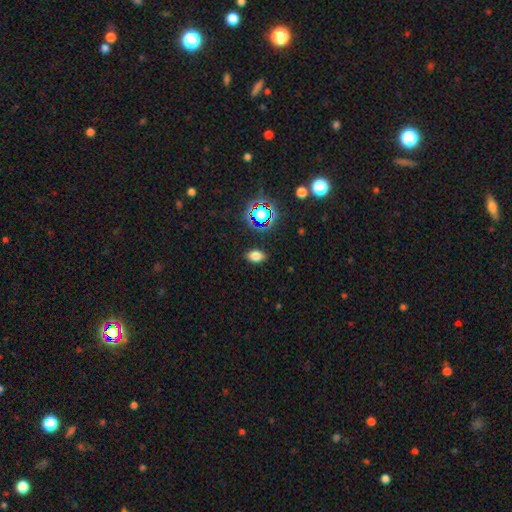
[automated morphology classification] type=smooth (74%); roundness=in between (85%); merging=none (87%).